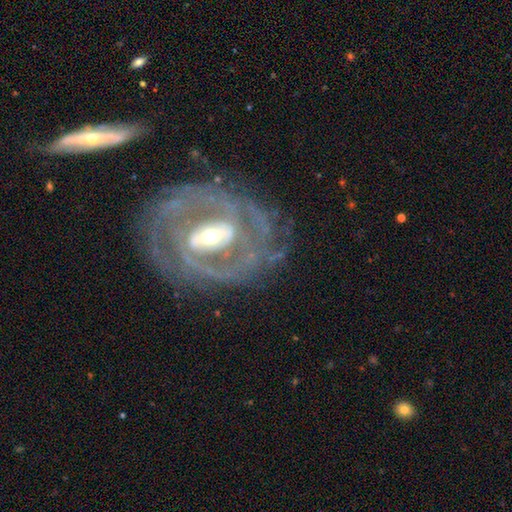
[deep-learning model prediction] Q: Smooth or featured?
A: featured or disk (88%); runner-up: smooth (6%)
Q: Edge-on disk?
A: no (96%); runner-up: yes (4%)
Q: Bar?
A: strong (45%); runner-up: weak (37%)
Q: Spiral arms?
A: yes (91%); runner-up: no (9%)
Q: Spiral winding?
A: tight (63%); runner-up: medium (29%)
Q: Spiral arm count?
A: 2 (43%); runner-up: can't tell (24%)
Q: Bulge size?
A: moderate (51%); runner-up: small (40%)
Q: Merging?
A: none (74%); runner-up: minor disturbance (15%)